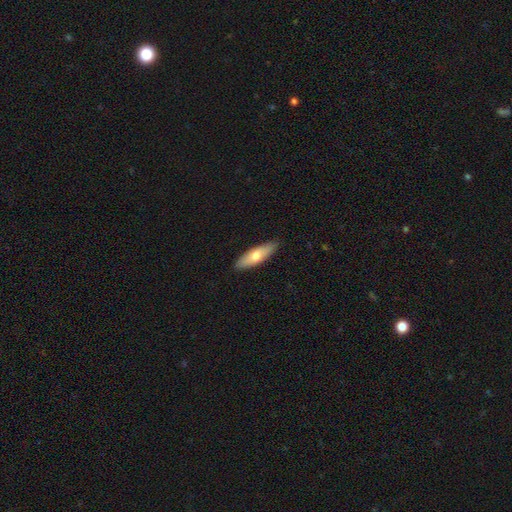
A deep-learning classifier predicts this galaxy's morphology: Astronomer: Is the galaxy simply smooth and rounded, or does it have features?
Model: smooth — 66%.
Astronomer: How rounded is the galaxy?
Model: cigar-shaped — 49%, tied with in between at 49%.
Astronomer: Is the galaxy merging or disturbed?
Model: none — 89%.